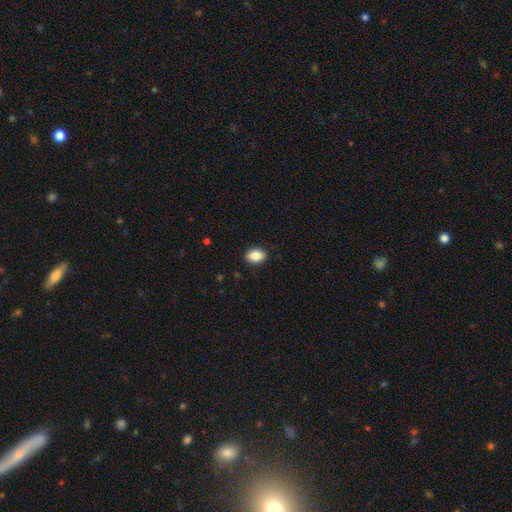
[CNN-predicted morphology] Smooth or featured?
  - smooth: 86% *
  - star or artifact: 8%
  - featured or disk: 6%
How rounded?
  - in between: 75% *
  - round: 24%
  - cigar-shaped: 1%
Merging?
  - none: 90% *
  - minor disturbance: 8%
  - major disturbance: 2%
  - merger: 1%